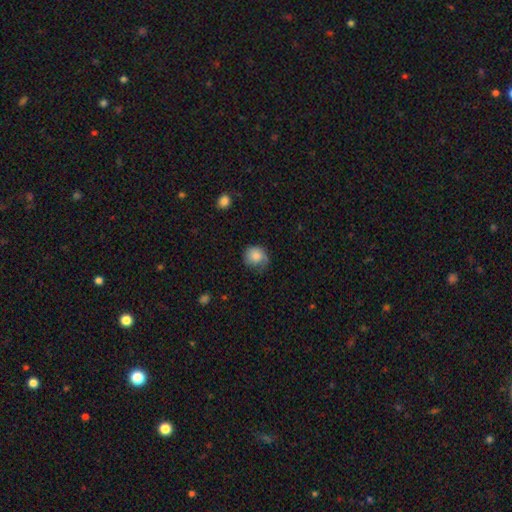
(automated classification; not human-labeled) This appears to be a smooth galaxy with no disk features (78%) that is round (81%). Merging: none (55%).